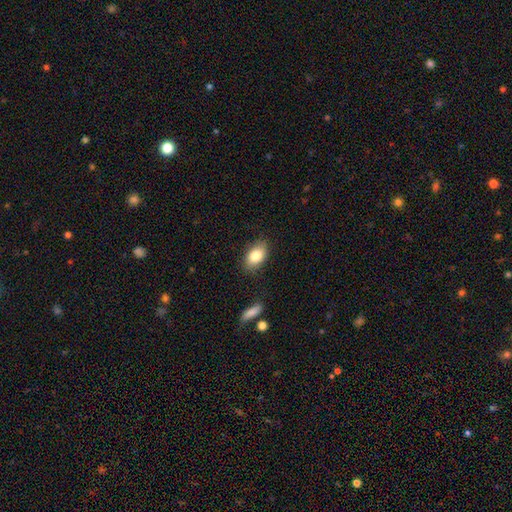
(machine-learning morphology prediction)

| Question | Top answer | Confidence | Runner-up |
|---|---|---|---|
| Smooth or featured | smooth | 83% | featured or disk (10%) |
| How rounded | in between | 89% | round (9%) |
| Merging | none | 83% | minor disturbance (12%) |